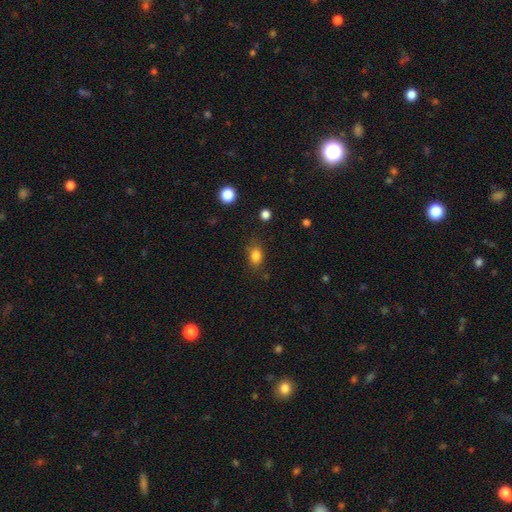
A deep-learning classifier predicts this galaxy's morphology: type=smooth (83%); roundness=in between (70%); merging=none (77%).